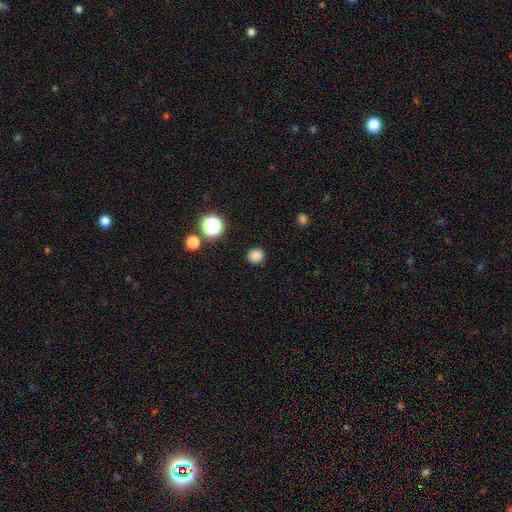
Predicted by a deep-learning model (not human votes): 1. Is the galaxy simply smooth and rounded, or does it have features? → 82% smooth, 14% star or artifact, 4% featured or disk.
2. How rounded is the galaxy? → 87% round, 12% in between, 1% cigar-shaped.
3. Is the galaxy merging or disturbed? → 88% none, 8% minor disturbance, 2% major disturbance, 2% merger.